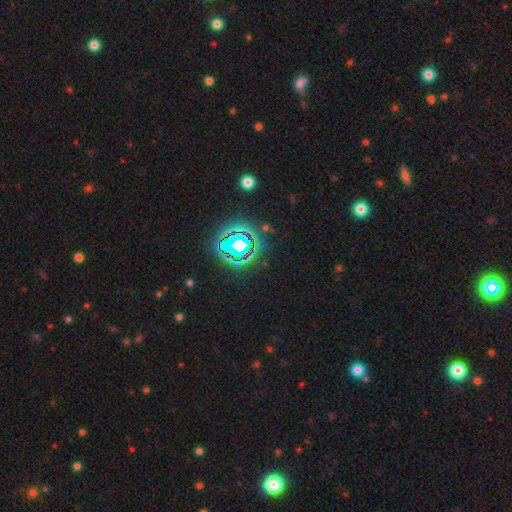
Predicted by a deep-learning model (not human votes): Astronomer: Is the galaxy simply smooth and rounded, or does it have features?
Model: star or artifact — 83%.